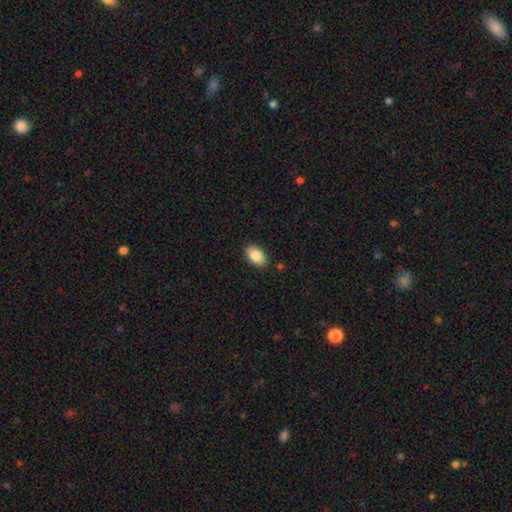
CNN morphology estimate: Smooth or featured?
  - smooth: 88% *
  - star or artifact: 7%
  - featured or disk: 5%
How rounded?
  - in between: 92% *
  - round: 7%
  - cigar-shaped: 1%
Merging?
  - none: 87% *
  - minor disturbance: 9%
  - major disturbance: 2%
  - merger: 1%